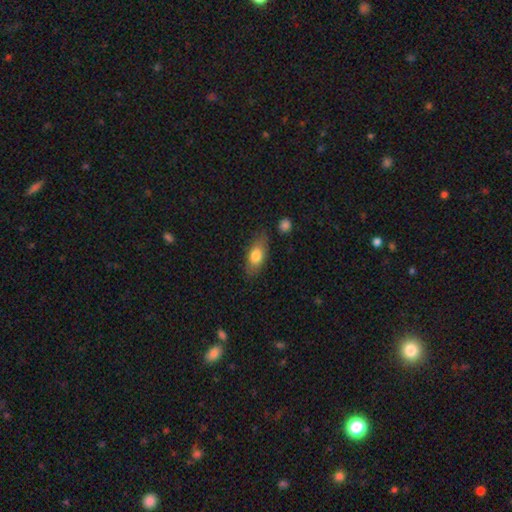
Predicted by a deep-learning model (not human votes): This is likely a smooth galaxy (75%). How rounded: clearly in between (82%). Merging: likely none (73%).